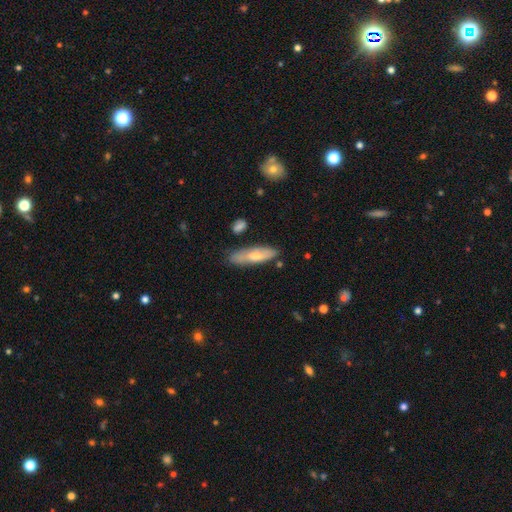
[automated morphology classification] This appears to be a smooth galaxy with no disk features (60%) that is cigar-shaped (60%). Merging: none (72%).